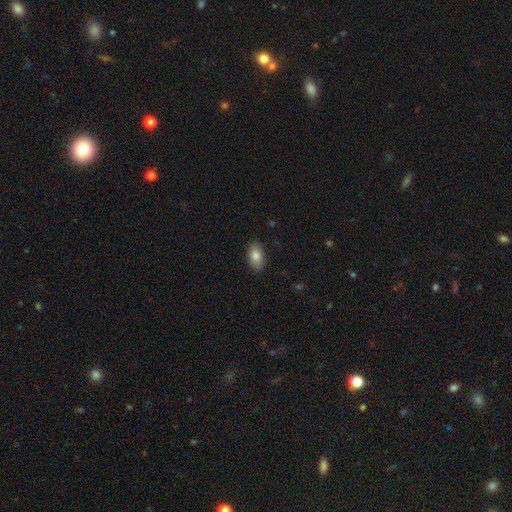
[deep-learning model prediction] Morphology: type=smooth (85%); roundness=in between (92%); merging=none (87%).